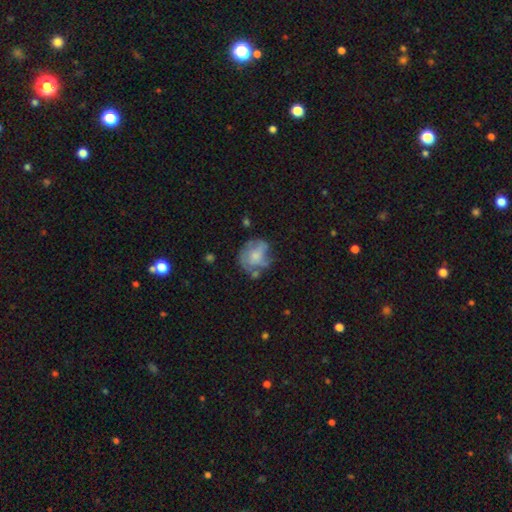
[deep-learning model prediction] Smooth or featured? Predicted: featured or disk (p=0.48). Merging? Predicted: none (p=0.47).